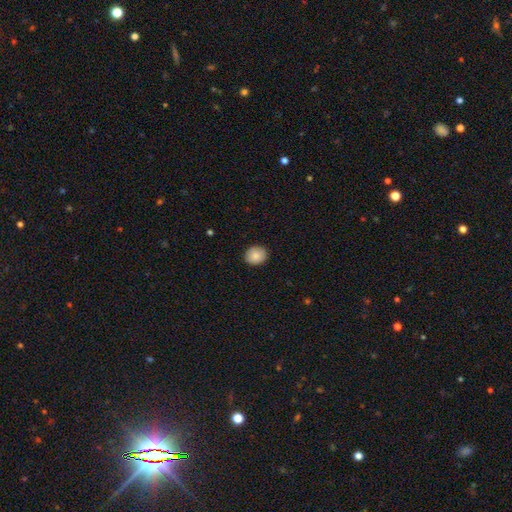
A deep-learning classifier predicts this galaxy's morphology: Smooth or featured? smooth (87%)
How rounded? round (61%)
Merging? none (90%)